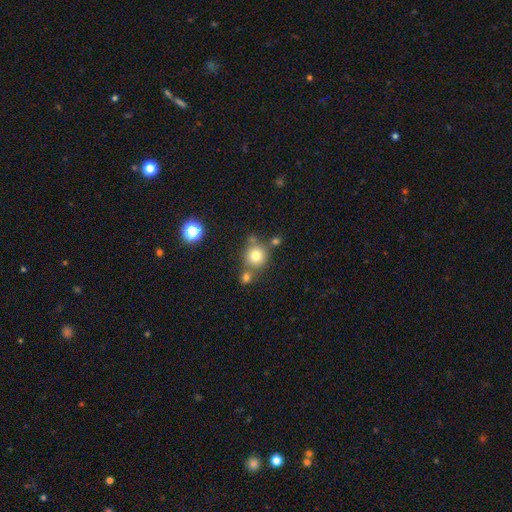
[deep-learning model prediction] Smooth or featured: smooth — 77% (star or artifact — 12%)
How rounded: round — 89% (in between — 11%)
Merging: none — 63% (merger — 22%)